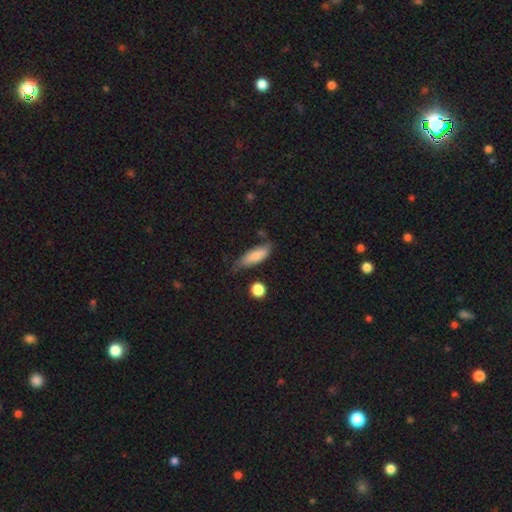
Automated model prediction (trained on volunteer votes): This is likely a smooth galaxy (79%). How rounded: possibly in between (59%). Merging: likely none (61%).